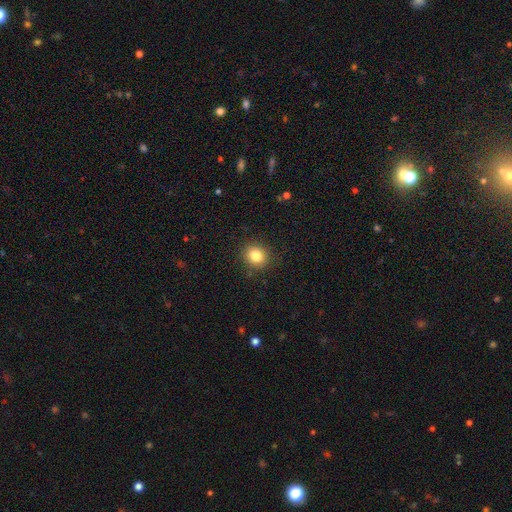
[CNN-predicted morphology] Smooth or featured: smooth — 82% (star or artifact — 11%)
How rounded: round — 78% (in between — 21%)
Merging: none — 89% (minor disturbance — 7%)